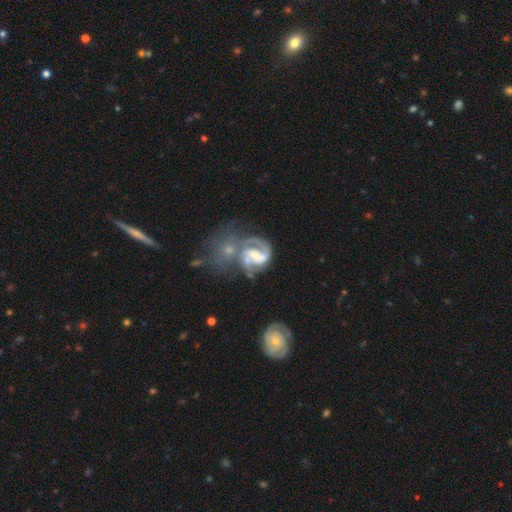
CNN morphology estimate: Overall: featured or disk (86%). Edge-on disk: no (98%). Bar: weak (46%; no 30%). Spiral arms: yes (93%). Spiral arm count: 2 (71%). Spiral winding: medium (50%; tight 31%). Bulge size: small (43%; moderate 39%). Merging: merger (50%; none 22%).